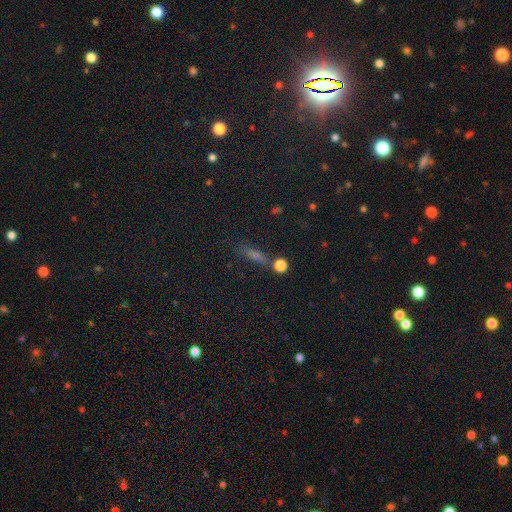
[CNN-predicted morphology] Smooth or featured: smooth — 48% (star or artifact — 32%)
Merging: none — 68% (minor disturbance — 14%)